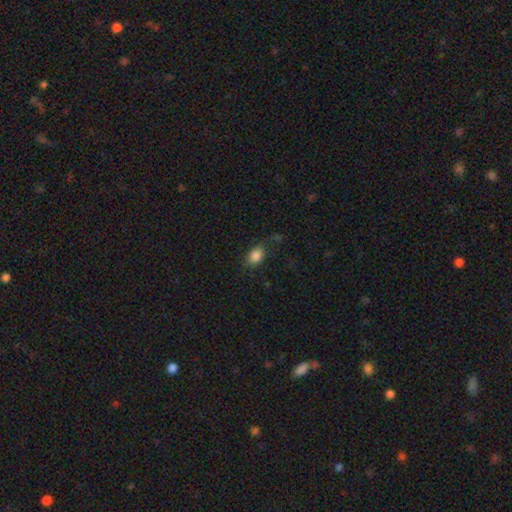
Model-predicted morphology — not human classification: smooth-or-featured: smooth: 85% | star or artifact: 10% | featured or disk: 5%
  how-rounded: in between: 76% | round: 22% | cigar-shaped: 2%
  merging: none: 69% | minor disturbance: 19% | major disturbance: 9% | merger: 3%